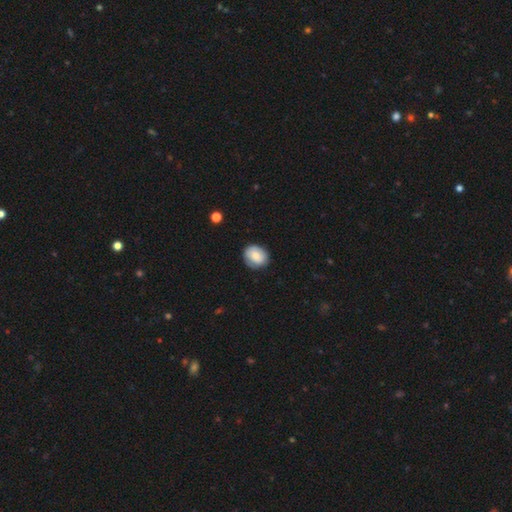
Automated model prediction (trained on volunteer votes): smooth_or_featured: smooth (p=0.75) [alt: featured or disk p=0.18]
how_rounded: round (p=0.63) [alt: in between p=0.36]
merging: none (p=0.79) [alt: minor disturbance p=0.16]